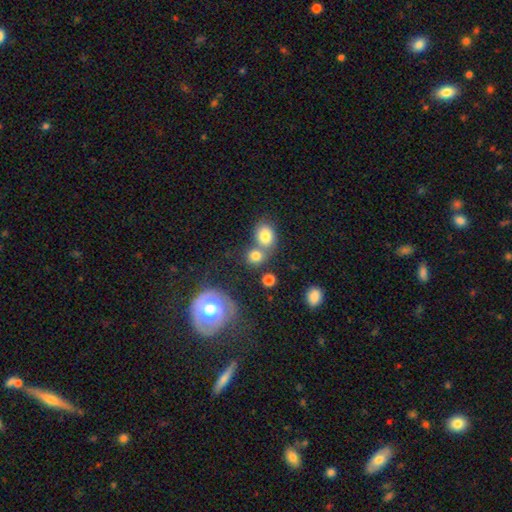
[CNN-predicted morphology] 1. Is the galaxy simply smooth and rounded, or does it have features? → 77% smooth, 12% star or artifact, 10% featured or disk.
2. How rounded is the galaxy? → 70% round, 29% in between, 1% cigar-shaped.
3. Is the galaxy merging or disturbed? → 46% none, 42% merger, 8% minor disturbance, 4% major disturbance.